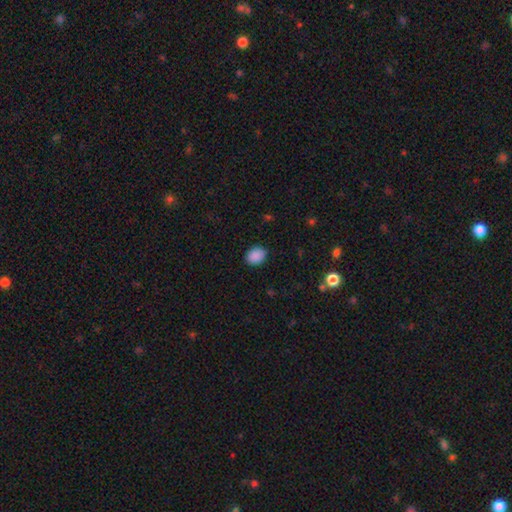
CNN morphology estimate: A smooth galaxy with no disk features (89%) that is in between round and cigar-shaped (67%).

Vote fractions:
- Smooth or featured? smooth: 89% / star or artifact: 8% / featured or disk: 3%
- How rounded? in between: 67% / round: 32% / cigar-shaped: 1%
- Merging? none: 87% / minor disturbance: 10% / major disturbance: 2% / merger: 1%